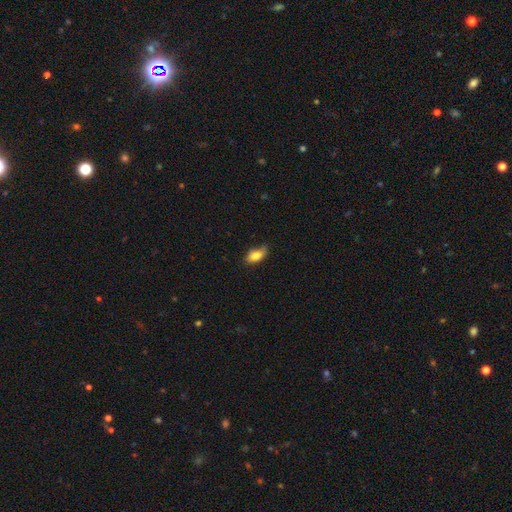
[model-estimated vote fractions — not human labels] A smooth galaxy with no disk features (80%) that is in between round and cigar-shaped (87%). Merging: none (53%).